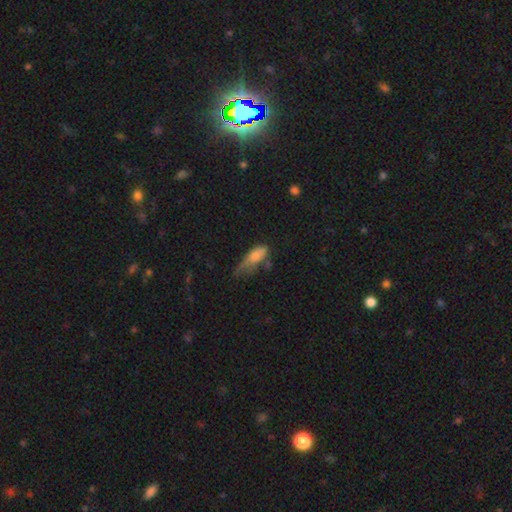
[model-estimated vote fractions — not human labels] smooth_or_featured: smooth (p=0.74) [alt: featured or disk p=0.17]
how_rounded: in between (p=0.66) [alt: cigar-shaped p=0.30]
merging: minor disturbance (p=0.39) [alt: major disturbance p=0.32]